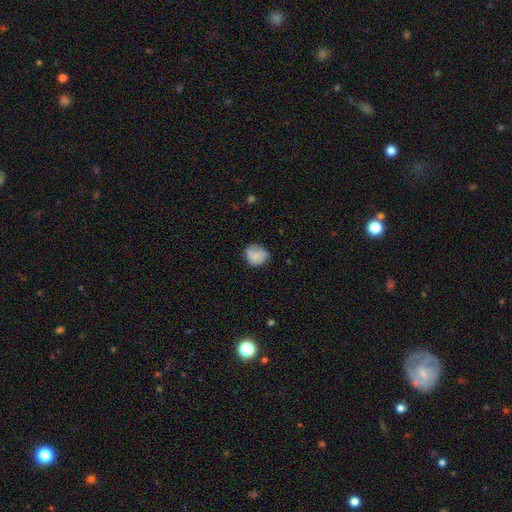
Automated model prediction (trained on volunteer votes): Morphology: type=smooth (72%); roundness=round (76%); merging=none (67%).